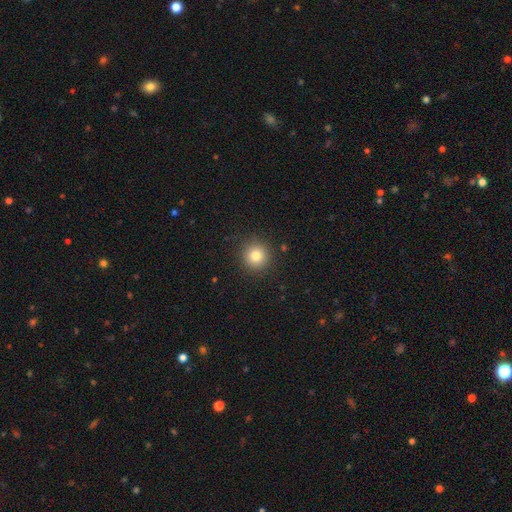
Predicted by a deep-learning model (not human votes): Q: Smooth or featured?
A: smooth (80%); runner-up: star or artifact (12%)
Q: How rounded?
A: round (94%); runner-up: in between (5%)
Q: Merging?
A: none (91%); runner-up: minor disturbance (6%)